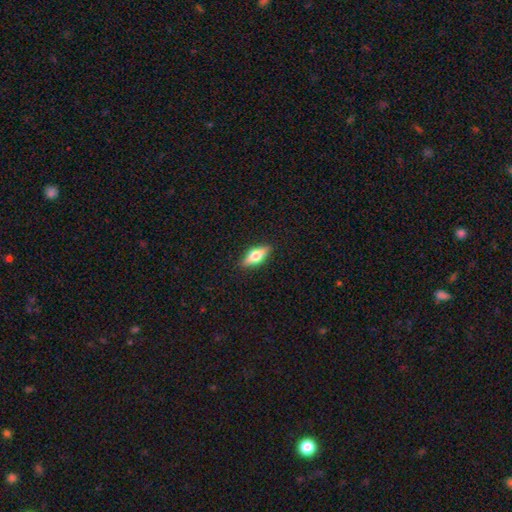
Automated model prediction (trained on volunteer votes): This is possibly a smooth galaxy (55%). How rounded: likely in between (70%). Merging: clearly none (88%).